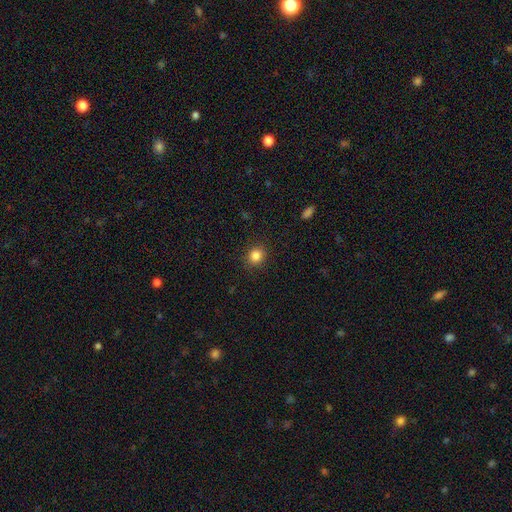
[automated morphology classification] This is clearly a smooth galaxy (85%). How rounded: clearly round (81%). Merging: clearly none (90%).